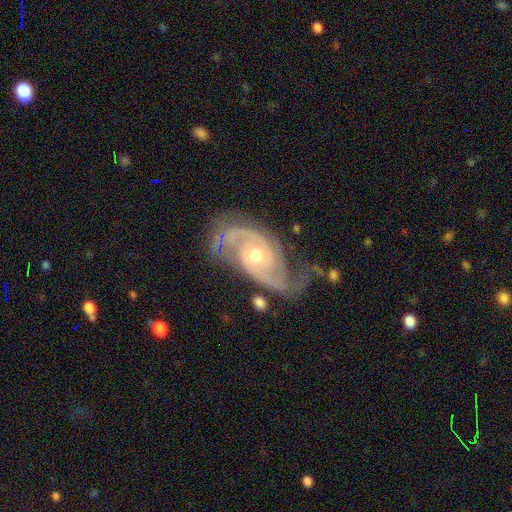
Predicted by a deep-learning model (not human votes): smooth-or-featured: featured or disk: 91% | smooth: 4% | star or artifact: 4%
  disk-edge-on: no: 96% | yes: 4%
    bar: no: 72% | weak: 22% | strong: 6%
    has-spiral-arms: yes: 97% | no: 3%
      spiral-winding: tight: 53% | medium: 37% | loose: 10%
      spiral-arm-count: 2: 68% | 3: 13% | can't tell: 9% | 1: 3% | 4: 3% | more than 4: 3%
    bulge-size: moderate: 70% | small: 24% | large: 4% | none: 1% | dominant: 1%
  merging: none: 58% | minor disturbance: 23% | major disturbance: 15% | merger: 3%